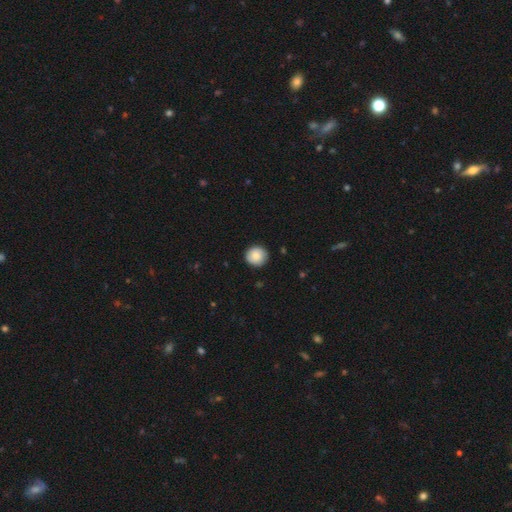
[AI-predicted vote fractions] This is clearly a smooth galaxy (83%). How rounded: clearly round (92%). Merging: clearly none (90%).